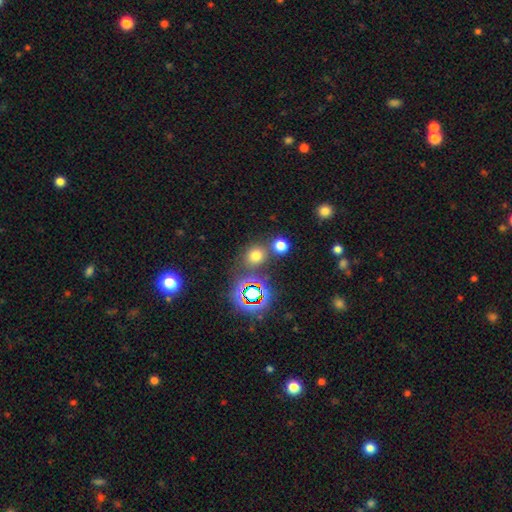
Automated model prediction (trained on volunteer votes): This is likely a smooth galaxy (65%). How rounded: clearly round (80%). Merging: likely none (73%).